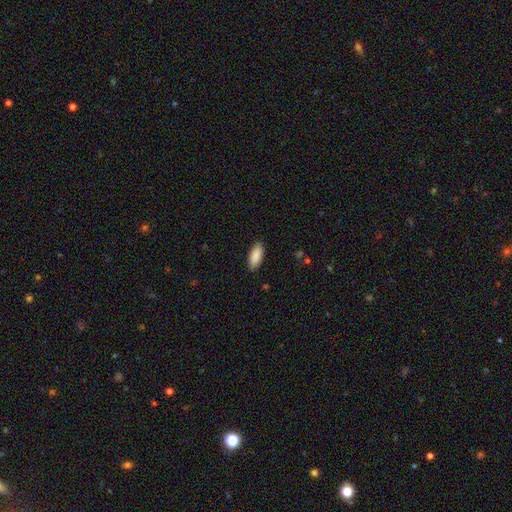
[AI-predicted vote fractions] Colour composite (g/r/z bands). It shows a smooth galaxy with no disk features (89%) that is in between round and cigar-shaped (83%). Merging: none (87%).